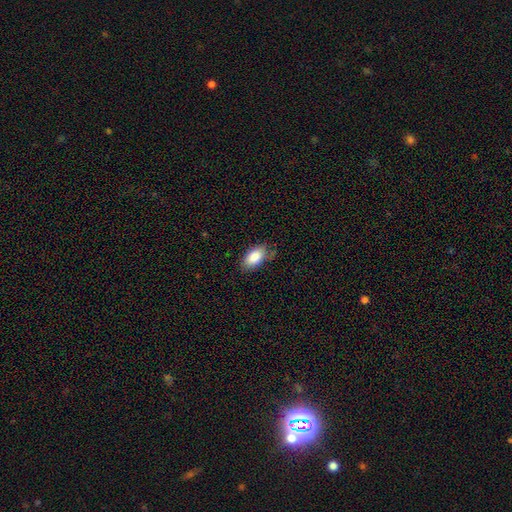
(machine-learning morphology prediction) This is clearly a smooth galaxy (84%). How rounded: clearly in between (93%). Merging: likely none (74%).